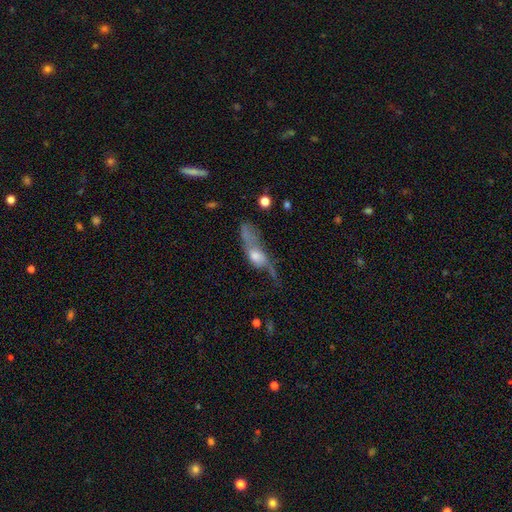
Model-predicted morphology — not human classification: Overall: featured or disk (49%; smooth 40%). Merging: major disturbance (46%; none 23%).